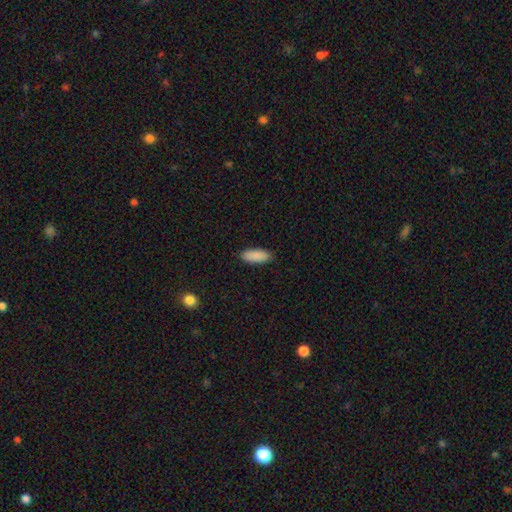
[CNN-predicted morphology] Smooth or featured? smooth (90%)
How rounded? in between (75%)
Merging? none (89%)